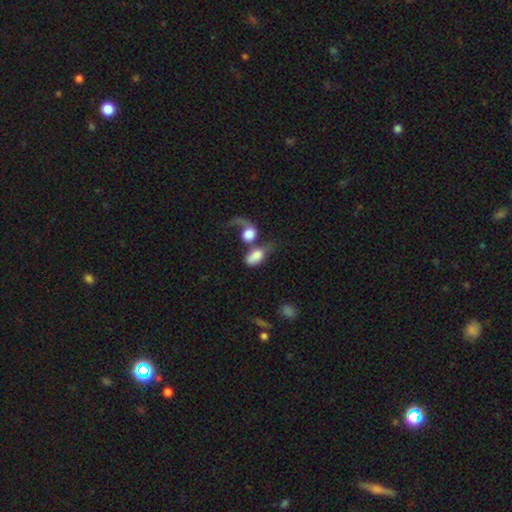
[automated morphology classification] Overall: smooth (68%). How rounded: in between (79%). Merging: merger (57%; major disturbance 20%).